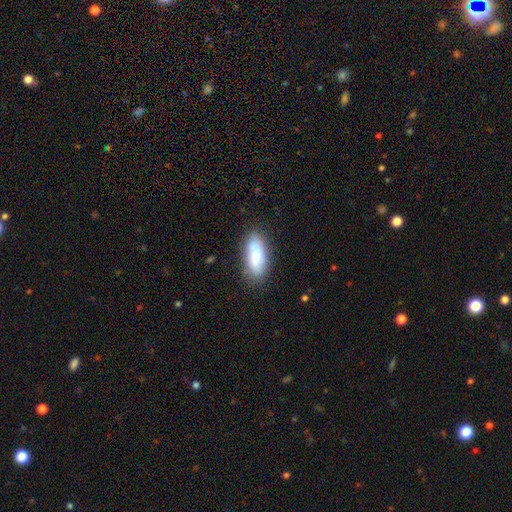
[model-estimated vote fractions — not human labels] smooth_or_featured: smooth (p=0.82) [alt: featured or disk p=0.12]
how_rounded: in between (p=0.76) [alt: cigar-shaped p=0.22]
merging: none (p=0.78) [alt: minor disturbance p=0.16]